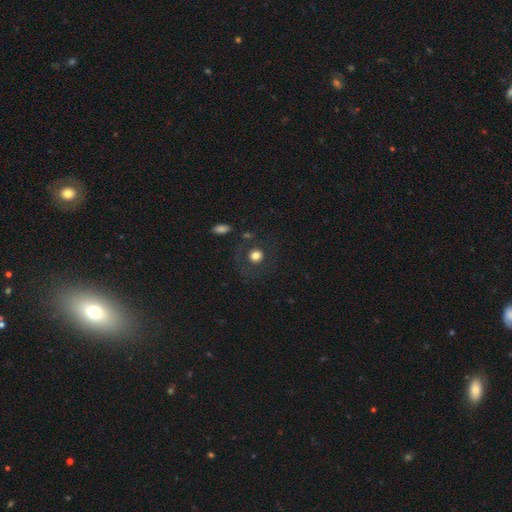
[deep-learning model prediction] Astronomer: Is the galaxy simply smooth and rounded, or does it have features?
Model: smooth — 71%.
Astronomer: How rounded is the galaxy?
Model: round — 87%.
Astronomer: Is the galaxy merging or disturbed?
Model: none — 75%.